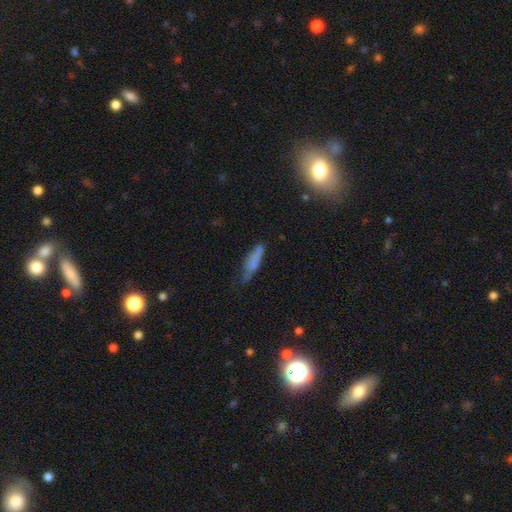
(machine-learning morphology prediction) Smooth or featured: smooth — 61% (featured or disk — 25%)
How rounded: cigar-shaped — 71% (in between — 26%)
Merging: none — 59% (minor disturbance — 27%)